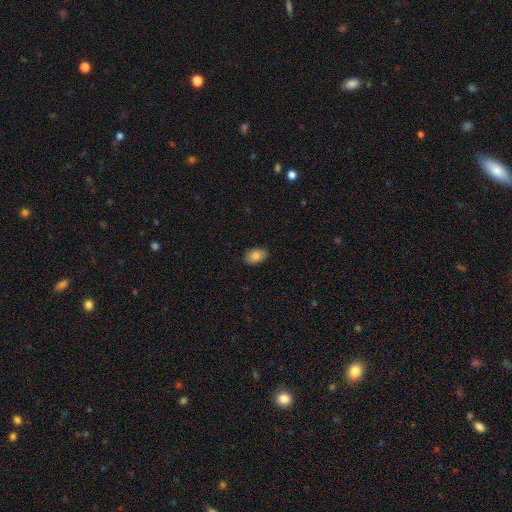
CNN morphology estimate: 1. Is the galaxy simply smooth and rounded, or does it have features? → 83% smooth, 9% featured or disk, 8% star or artifact.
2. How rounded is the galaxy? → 90% in between, 9% round, 1% cigar-shaped.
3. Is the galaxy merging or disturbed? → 89% none, 9% minor disturbance, 2% major disturbance, 1% merger.